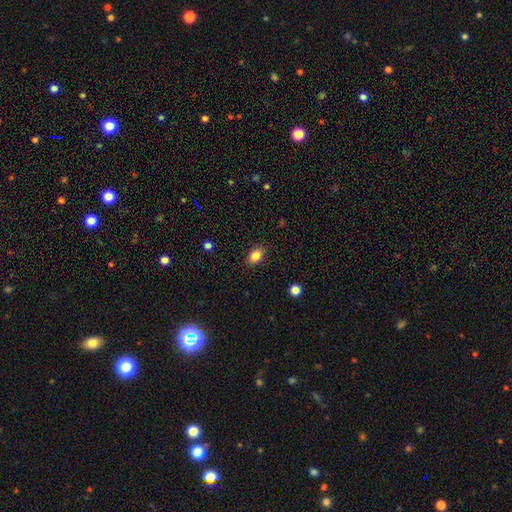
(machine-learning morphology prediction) This is clearly a smooth galaxy (85%). How rounded: clearly in between (83%). Merging: clearly none (88%).